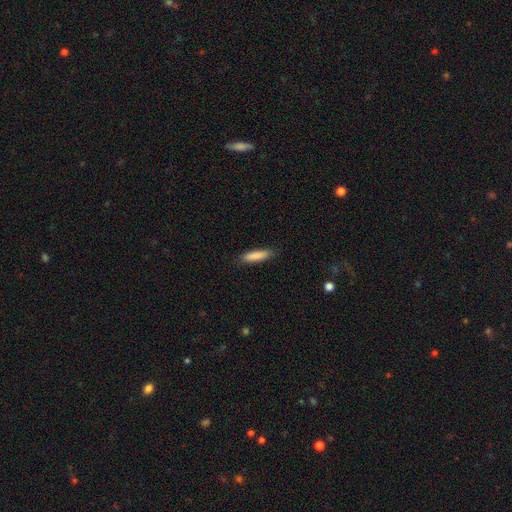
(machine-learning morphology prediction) smooth_or_featured: smooth (p=0.87) [alt: featured or disk p=0.06]
how_rounded: cigar-shaped (p=0.72) [alt: in between p=0.27]
merging: none (p=0.86) [alt: minor disturbance p=0.11]